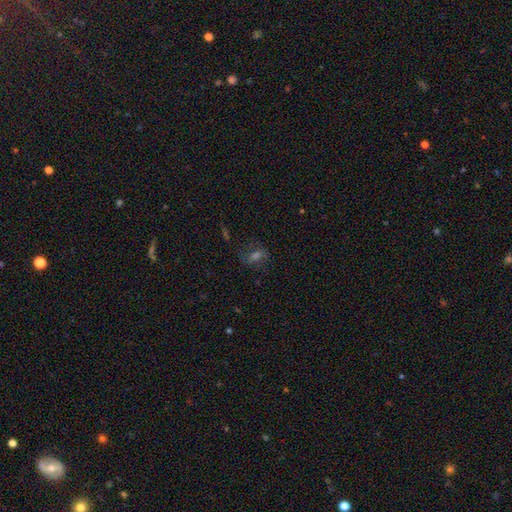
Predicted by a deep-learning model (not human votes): Q: Smooth or featured?
A: smooth (36%); runner-up: featured or disk (32%)
Q: Merging?
A: none (71%); runner-up: minor disturbance (16%)